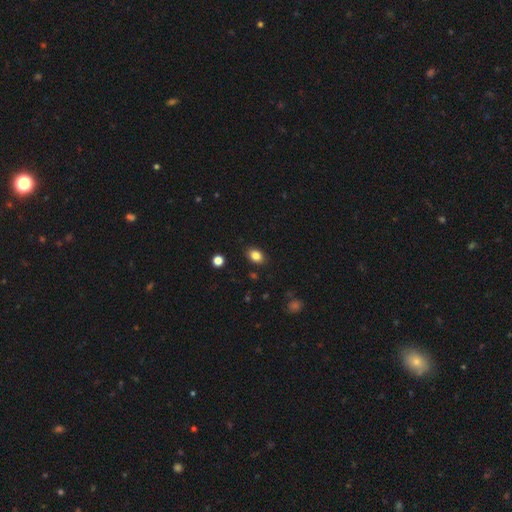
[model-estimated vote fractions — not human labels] The model was most divided on "how rounded": in between: 75%, round: 24%, cigar-shaped: 1%. More confident: merging — none (87%); smooth or featured — smooth (84%).